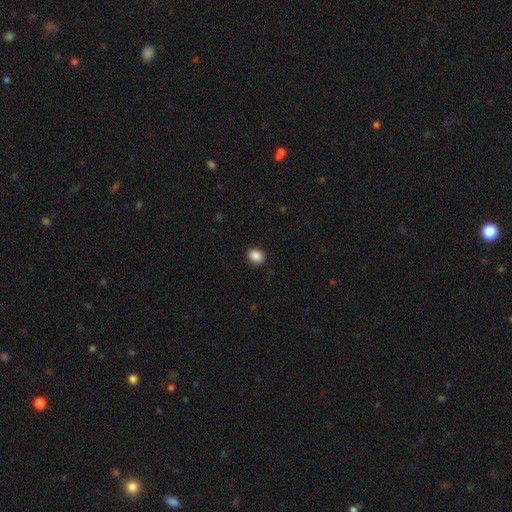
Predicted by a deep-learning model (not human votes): This is clearly a smooth galaxy (88%). How rounded: likely round (60%). Merging: clearly none (90%).